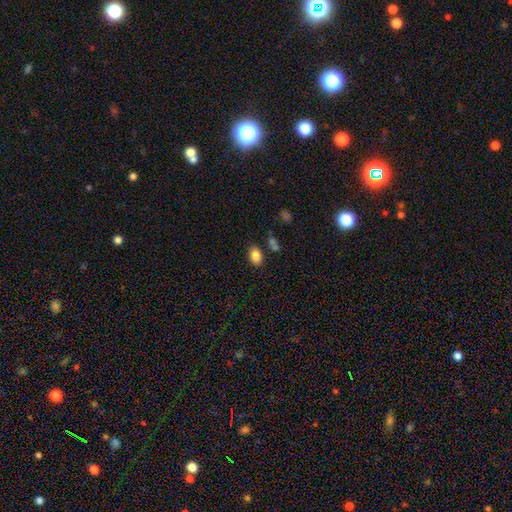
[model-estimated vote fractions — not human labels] Overall: smooth (86%). How rounded: in between (84%). Merging: none (79%).